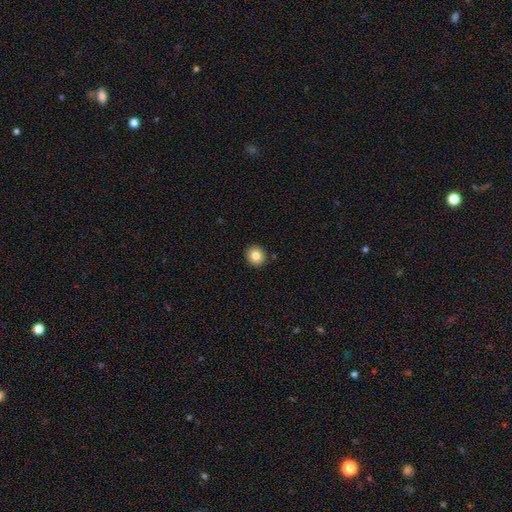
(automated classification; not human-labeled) This appears to be a smooth galaxy with no disk features (83%) that is round (87%). Merging: none (91%).